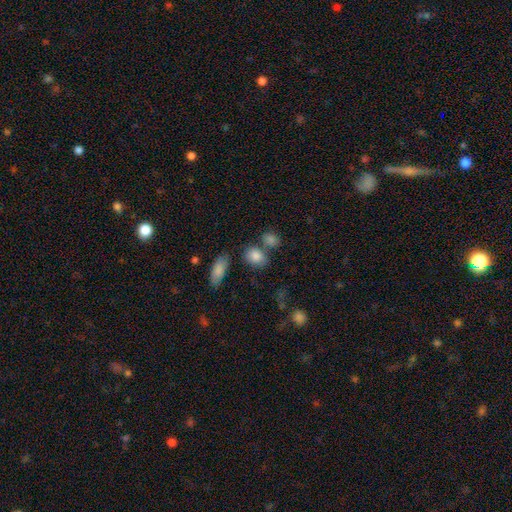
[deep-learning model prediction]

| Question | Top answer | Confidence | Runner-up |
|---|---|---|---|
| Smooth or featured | smooth | 84% | star or artifact (10%) |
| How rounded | in between | 52% | round (46%) |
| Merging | none | 63% | merger (20%) |